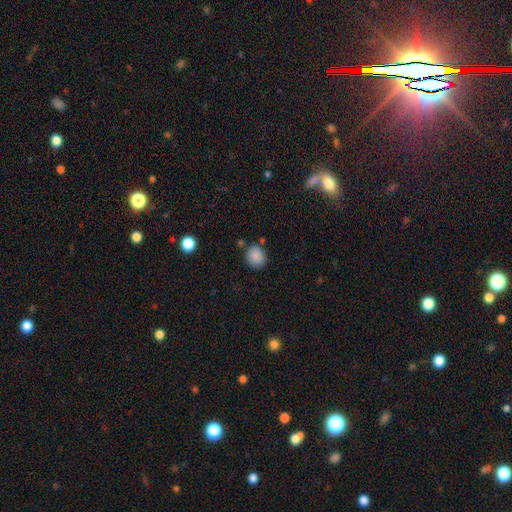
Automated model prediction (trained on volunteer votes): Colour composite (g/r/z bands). It shows a smooth galaxy with no disk features (87%) that is round (69%). Merging: none (75%).